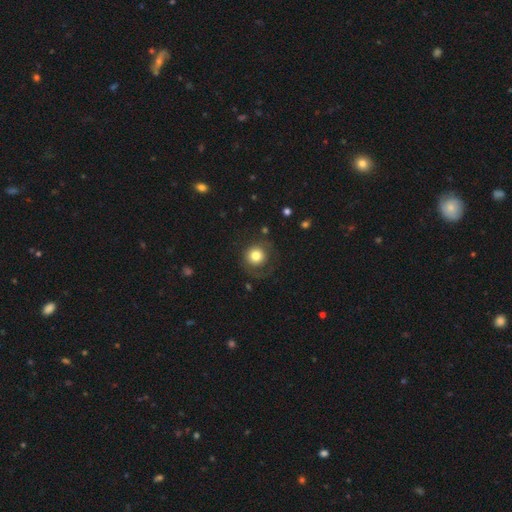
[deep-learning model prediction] Smooth or featured? Predicted: smooth (p=0.77). How rounded? Predicted: round (p=0.92). Merging? Predicted: none (p=0.67).